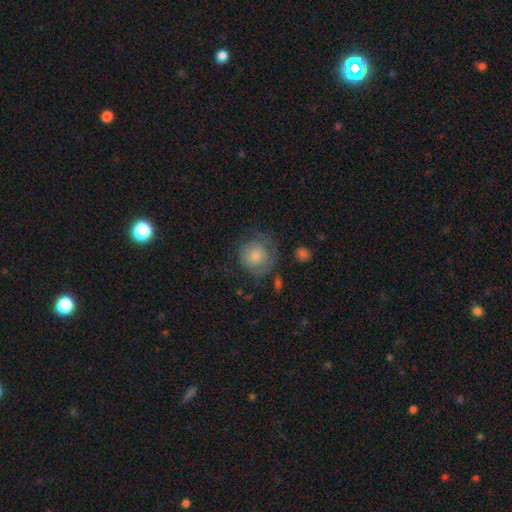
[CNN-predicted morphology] Smooth or featured? Predicted: smooth (p=0.71). How rounded? Predicted: round (p=0.88). Merging? Predicted: none (p=0.54).